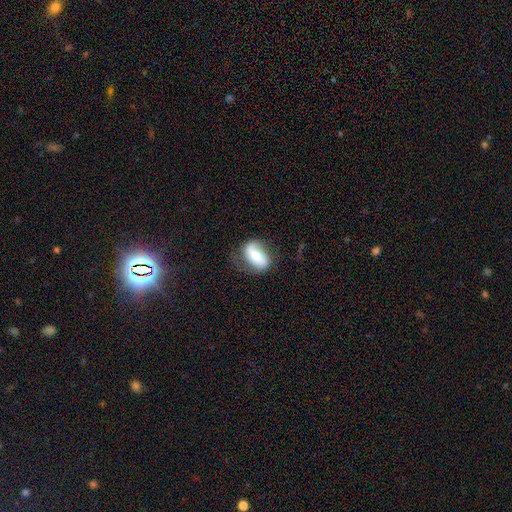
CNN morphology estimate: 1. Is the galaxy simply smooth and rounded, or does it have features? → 47% featured or disk, 45% smooth, 7% star or artifact.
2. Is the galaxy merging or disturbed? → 58% none, 26% minor disturbance, 13% major disturbance, 2% merger.